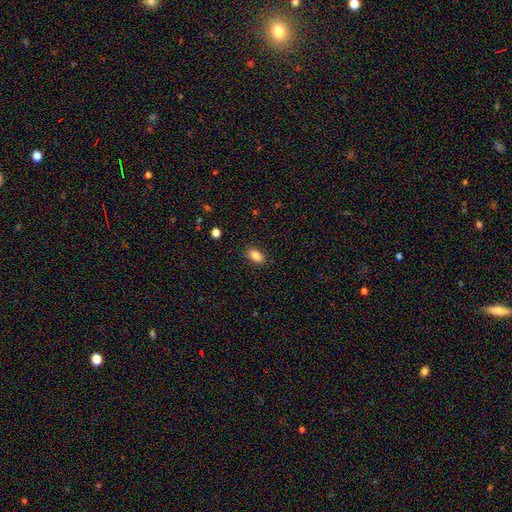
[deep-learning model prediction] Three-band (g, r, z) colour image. It shows a smooth galaxy with no disk features (86%) that is in between round and cigar-shaped (90%). Merging: none (88%).